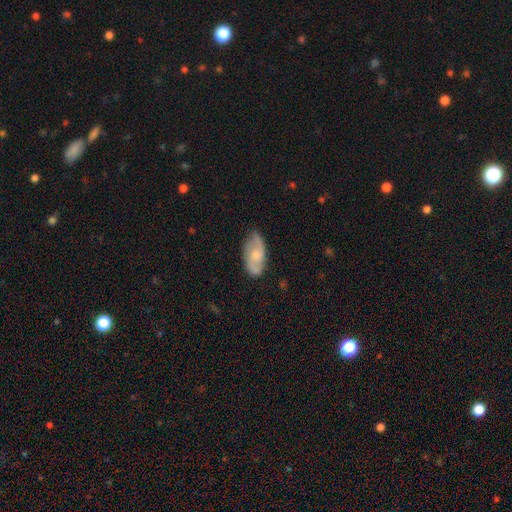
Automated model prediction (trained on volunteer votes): featured or disk 51%, smooth 43%, star or artifact 6%. Down the decision tree: edge-on disk — no (92%); merging — none (75%).